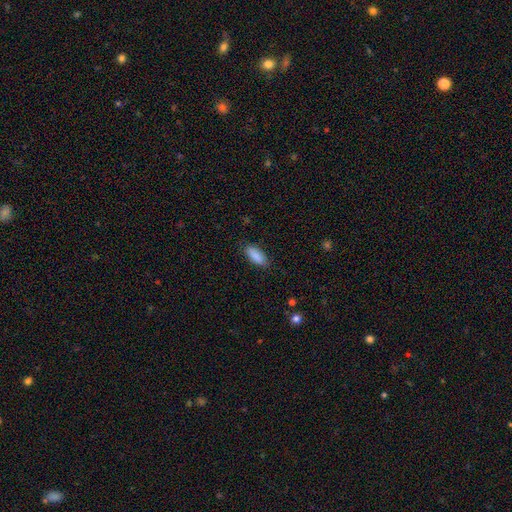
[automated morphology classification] Smooth or featured?
  - smooth: 89% *
  - star or artifact: 7%
  - featured or disk: 4%
How rounded?
  - in between: 77% *
  - cigar-shaped: 22%
  - round: 2%
Merging?
  - none: 85% *
  - minor disturbance: 11%
  - major disturbance: 2%
  - merger: 1%